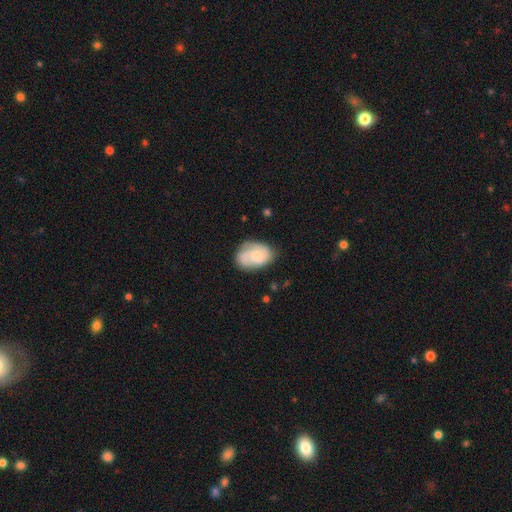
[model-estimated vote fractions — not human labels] smooth_or_featured: featured or disk (p=0.50) [alt: smooth p=0.44]
merging: none (p=0.63) [alt: minor disturbance p=0.25]